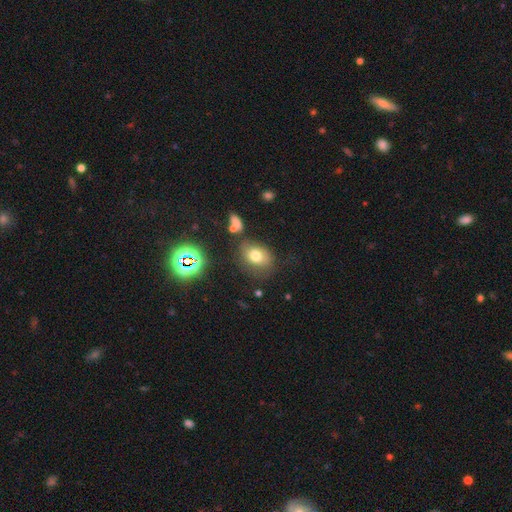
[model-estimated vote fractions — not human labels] Smooth or featured: smooth — 70% (star or artifact — 16%)
How rounded: in between — 59% (round — 39%)
Merging: none — 68% (minor disturbance — 18%)